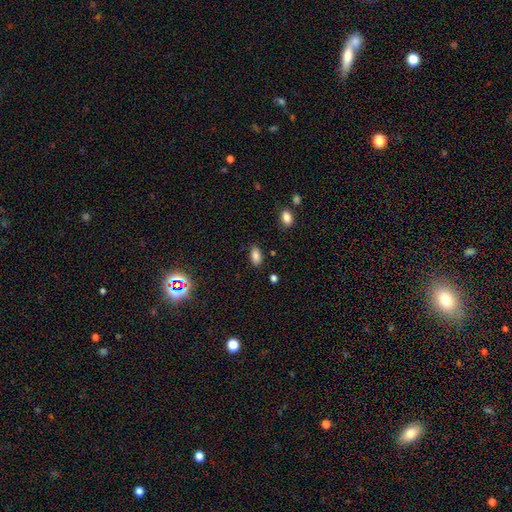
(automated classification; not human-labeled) Smooth or featured?
  - smooth: 84% *
  - star or artifact: 11%
  - featured or disk: 5%
How rounded?
  - in between: 91% *
  - round: 5%
  - cigar-shaped: 4%
Merging?
  - none: 85% *
  - minor disturbance: 10%
  - major disturbance: 3%
  - merger: 2%